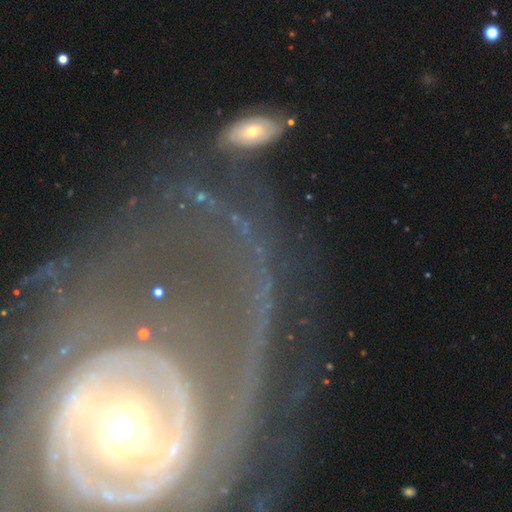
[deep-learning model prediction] This appears to be a featured or disk galaxy (69%) with no bar (43%), spiral arms (74%) and a moderate central bulge (54%). Merging: none (67%).